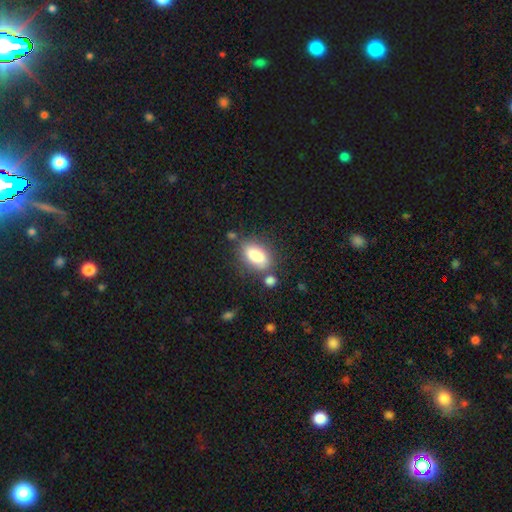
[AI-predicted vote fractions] A smooth galaxy with no disk features (84%) that is in between round and cigar-shaped (89%). Merging: none (66%).